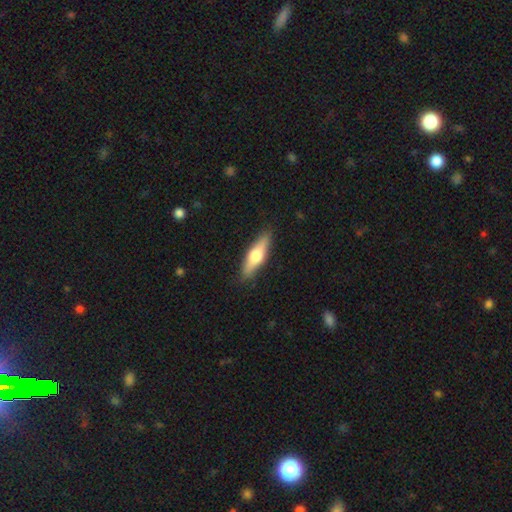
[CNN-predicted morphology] smooth-or-featured: smooth: 52% | featured or disk: 42% | star or artifact: 6%
  how-rounded: cigar-shaped: 60% | in between: 38% | round: 2%
  merging: none: 88% | minor disturbance: 9% | major disturbance: 2% | merger: 1%